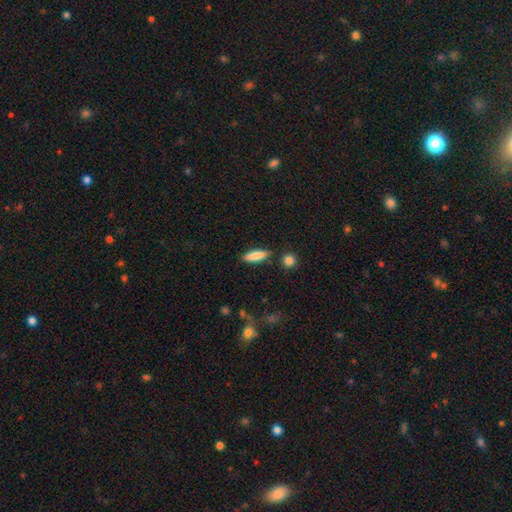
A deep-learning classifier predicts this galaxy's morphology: Smooth or featured: smooth — 86% (featured or disk — 8%)
How rounded: cigar-shaped — 51% (in between — 47%)
Merging: none — 85% (minor disturbance — 10%)